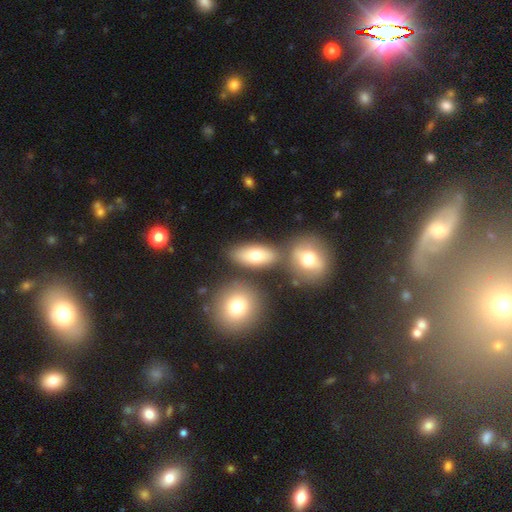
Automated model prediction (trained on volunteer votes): Smooth or featured?
  - smooth: 74% *
  - featured or disk: 18%
  - star or artifact: 8%
How rounded?
  - in between: 81% *
  - round: 11%
  - cigar-shaped: 8%
Merging?
  - none: 71% *
  - merger: 14%
  - minor disturbance: 11%
  - major disturbance: 4%